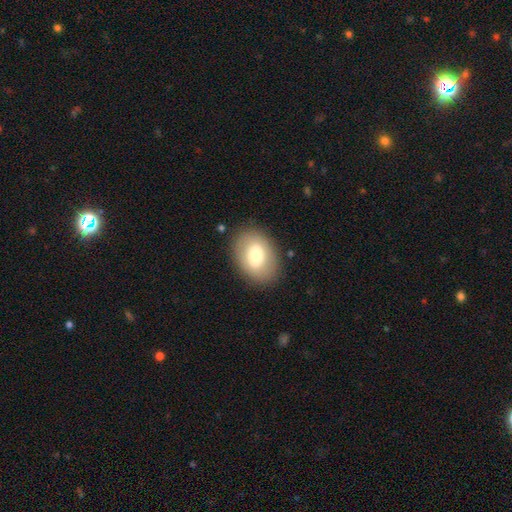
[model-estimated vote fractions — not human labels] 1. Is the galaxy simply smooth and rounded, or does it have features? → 72% smooth, 21% featured or disk, 7% star or artifact.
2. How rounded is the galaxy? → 77% in between, 22% round, 1% cigar-shaped.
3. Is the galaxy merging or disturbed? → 85% none, 10% minor disturbance, 4% major disturbance, 1% merger.